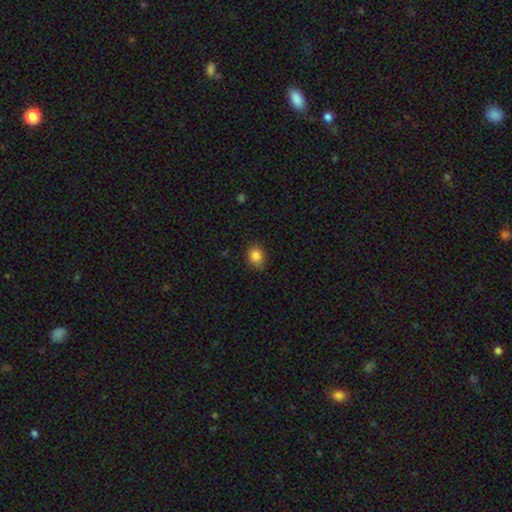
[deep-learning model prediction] A smooth galaxy with no disk features (85%) that is round (58%). Merging: none (77%).